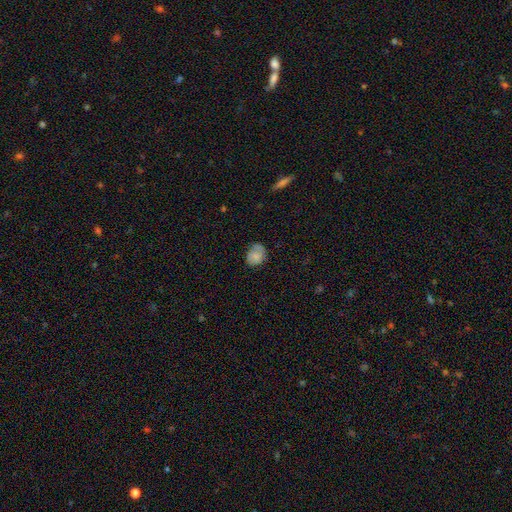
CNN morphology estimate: The model was most divided on "how rounded": in between: 54%, round: 45%, cigar-shaped: 1%. More confident: smooth or featured — smooth (75%); merging — none (60%).